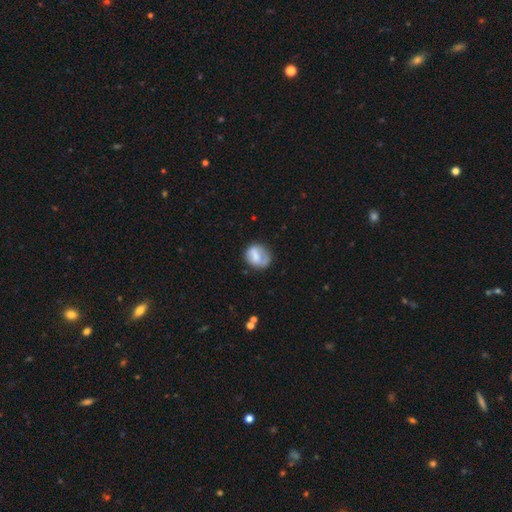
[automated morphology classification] This is likely a smooth galaxy (63%). How rounded: likely round (66%). Merging: likely none (60%).